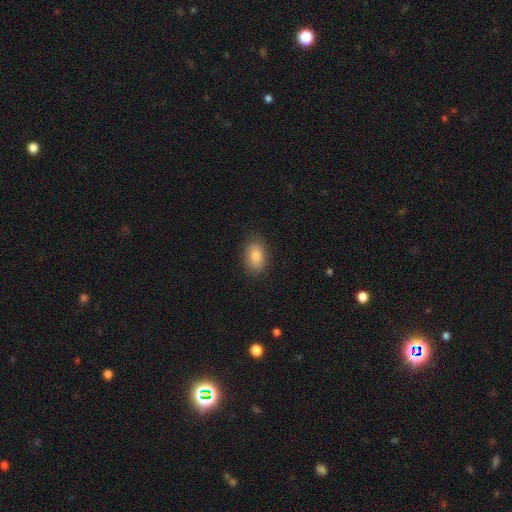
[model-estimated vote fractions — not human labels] Morphology: type=smooth (83%); roundness=in between (90%); merging=none (84%).